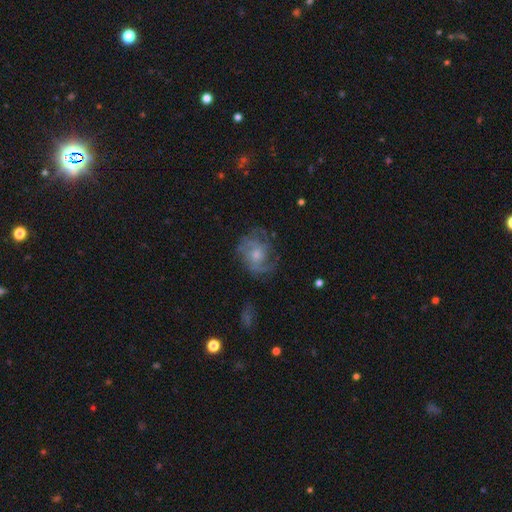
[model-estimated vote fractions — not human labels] This is likely a featured or disk galaxy (69%). It is clearly not viewed edge-on (97%). Bar: likely no (71%). Spiral arm pattern: clearly yes (86%). Spiral arm count: marginally 2 (32%, tied with can't tell). Spiral winding: marginally medium (44%). Central bulge: possibly moderate (50%). Merging: likely none (66%).